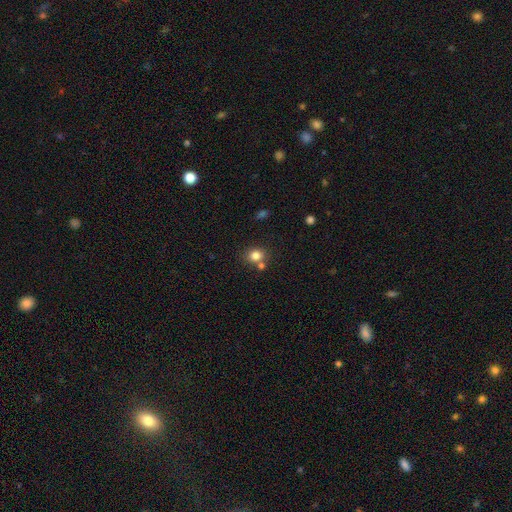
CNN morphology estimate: Smooth or featured?
  - smooth: 81% *
  - star or artifact: 12%
  - featured or disk: 7%
How rounded?
  - round: 68% *
  - in between: 31%
  - cigar-shaped: 1%
Merging?
  - none: 66% *
  - merger: 20%
  - minor disturbance: 10%
  - major disturbance: 3%